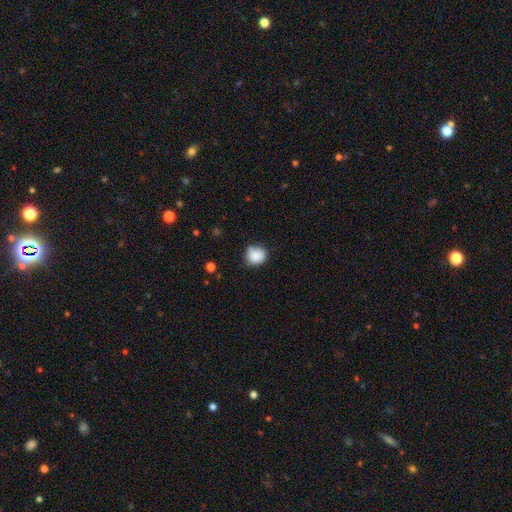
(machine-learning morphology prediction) Smooth or featured? smooth (87%)
How rounded? round (80%)
Merging? none (71%)